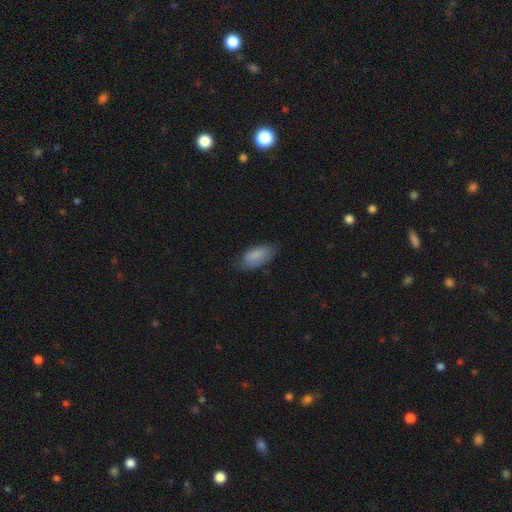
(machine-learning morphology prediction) Overall: smooth (85%). How rounded: in between (89%). Merging: none (70%).